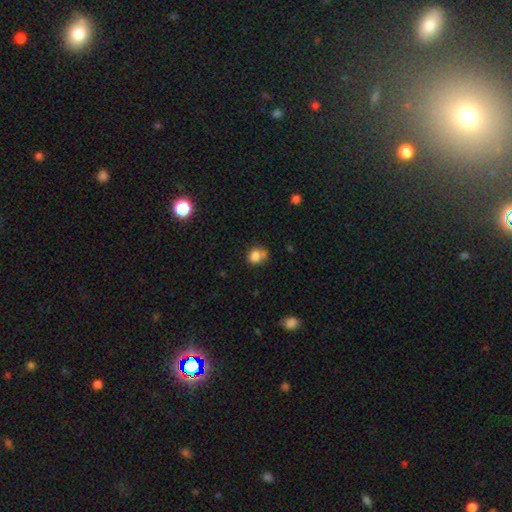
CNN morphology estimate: Overall: smooth (80%). How rounded: round (61%; in between 38%). Merging: none (47%; merger 23%).